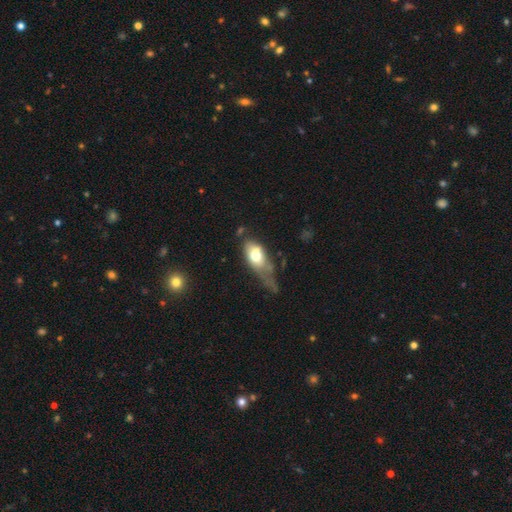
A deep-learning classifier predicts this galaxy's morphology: A smooth galaxy with no disk features (66%) that is in between round and cigar-shaped (85%).

Vote fractions:
- Smooth or featured? smooth: 66% / featured or disk: 27% / star or artifact: 7%
- How rounded? in between: 85% / round: 8% / cigar-shaped: 7%
- Merging? major disturbance: 37% / minor disturbance: 30% / none: 22% / merger: 11%